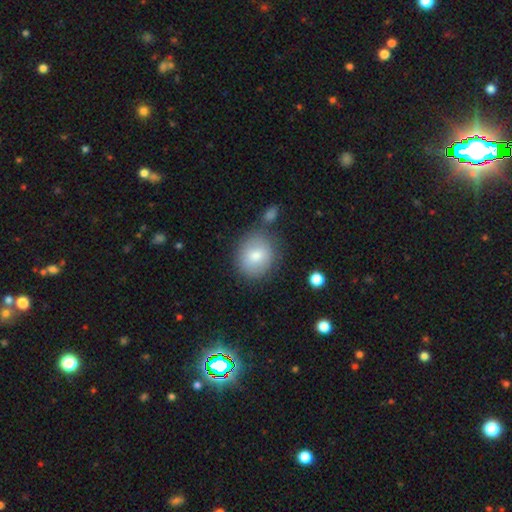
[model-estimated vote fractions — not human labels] Overall: smooth (80%). How rounded: round (67%; in between 32%). Merging: none (68%).